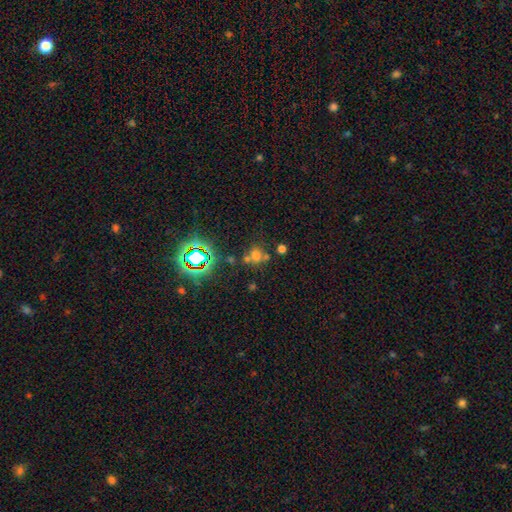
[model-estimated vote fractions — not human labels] This appears to be a smooth galaxy with no disk features (57%) that is round (80%). Merging: none (56%).